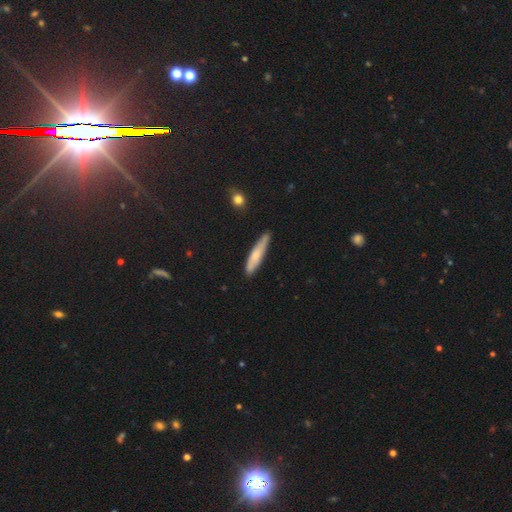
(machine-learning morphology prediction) A smooth galaxy with no disk features (66%) that is cigar-shaped (86%).

Vote fractions:
- Smooth or featured? smooth: 66% / featured or disk: 29% / star or artifact: 6%
- How rounded? cigar-shaped: 86% / in between: 13% / round: 1%
- Merging? none: 76% / minor disturbance: 19% / major disturbance: 3% / merger: 2%